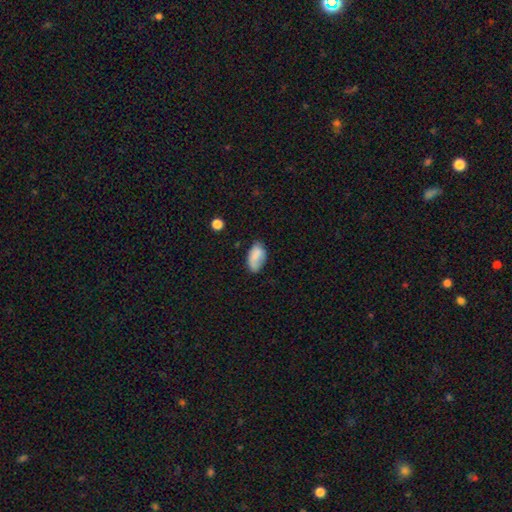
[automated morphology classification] The model was most divided on "merging": none: 56%, minor disturbance: 30%, major disturbance: 10%, merger: 3%. More confident: how rounded — in between (93%); smooth or featured — smooth (79%).